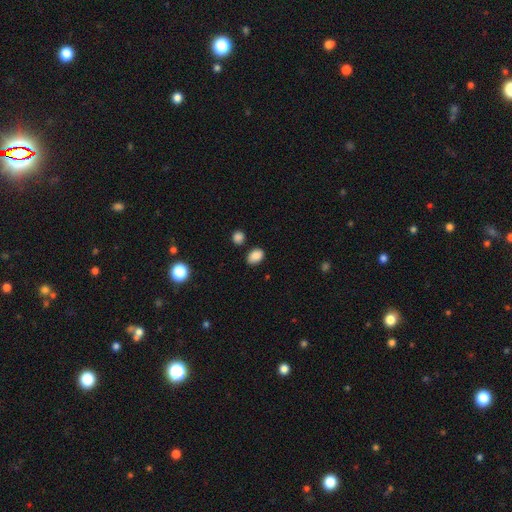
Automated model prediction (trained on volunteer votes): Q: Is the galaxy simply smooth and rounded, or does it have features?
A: smooth — 87%.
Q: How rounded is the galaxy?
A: in between — 76%.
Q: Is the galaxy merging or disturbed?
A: none — 79%.